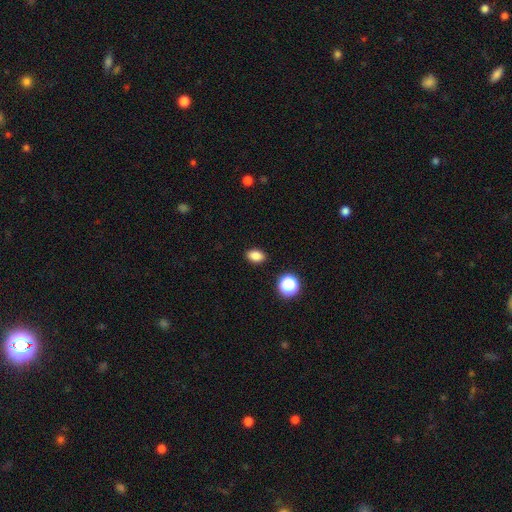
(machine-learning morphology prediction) This is clearly a smooth galaxy (84%). How rounded: clearly in between (80%). Merging: clearly none (89%).